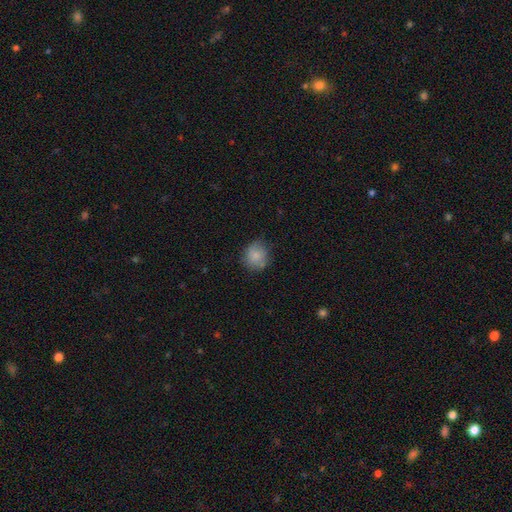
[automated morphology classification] Smooth or featured? Predicted: smooth (p=0.79). How rounded? Predicted: round (p=0.77). Merging? Predicted: none (p=0.69).